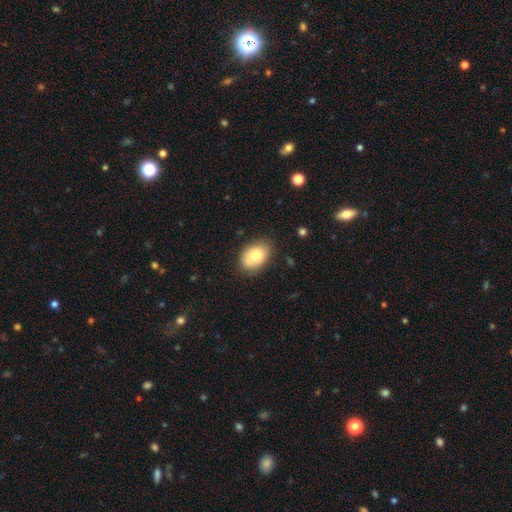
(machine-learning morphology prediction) A smooth galaxy with no disk features (77%) that is in between round and cigar-shaped (83%).

Vote fractions:
- Smooth or featured? smooth: 77% / featured or disk: 15% / star or artifact: 7%
- How rounded? in between: 83% / round: 16% / cigar-shaped: 1%
- Merging? none: 74% / minor disturbance: 19% / major disturbance: 4% / merger: 3%